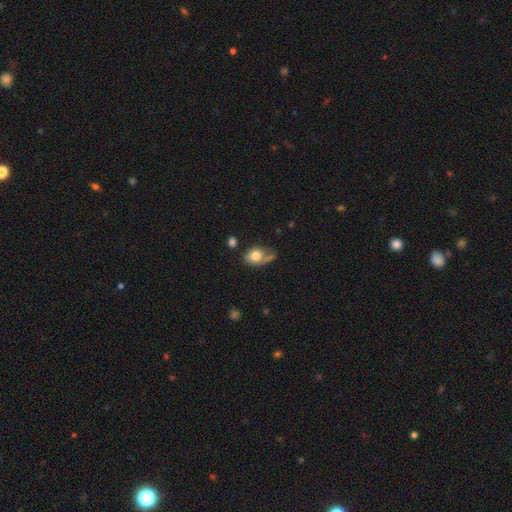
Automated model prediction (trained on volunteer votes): smooth-or-featured: smooth: 75% | featured or disk: 17% | star or artifact: 8%
  how-rounded: in between: 69% | round: 30% | cigar-shaped: 2%
  merging: none: 43% | minor disturbance: 26% | major disturbance: 18% | merger: 13%